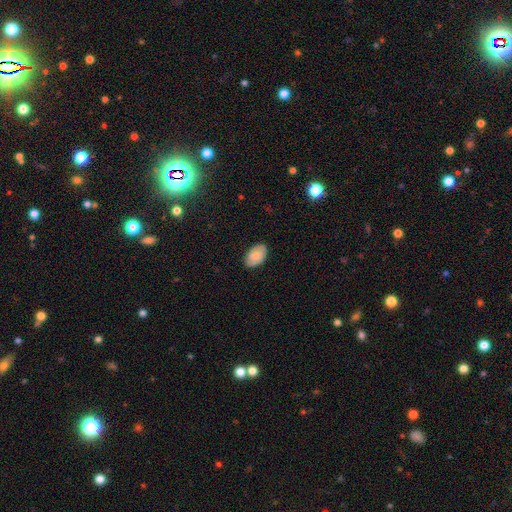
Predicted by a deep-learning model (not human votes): This appears to be a smooth galaxy with no disk features (73%) that is in between round and cigar-shaped (92%). Merging: none (82%).